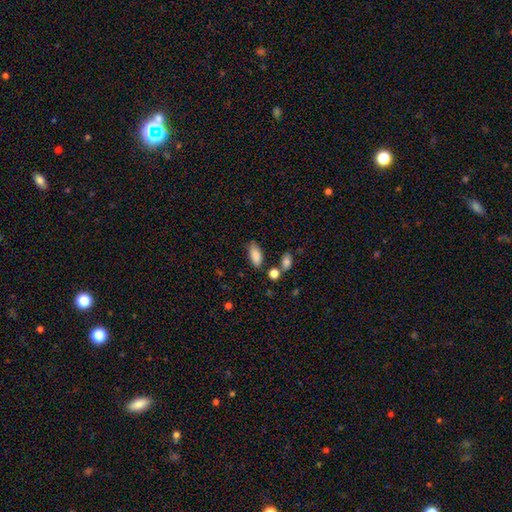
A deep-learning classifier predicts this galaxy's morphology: The model was most divided on "merging": none: 71%, minor disturbance: 17%, merger: 8%, major disturbance: 4%. More confident: how rounded — in between (86%); smooth or featured — smooth (86%).